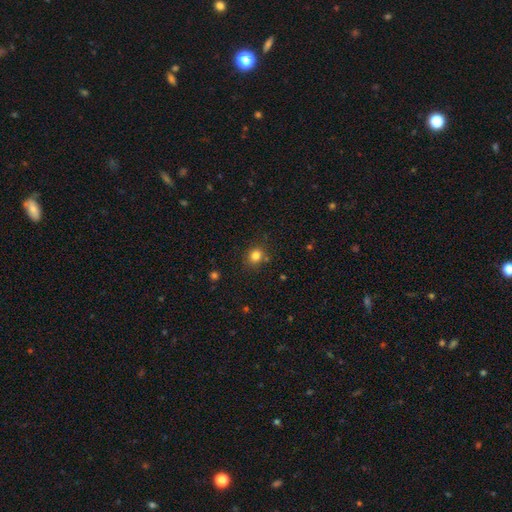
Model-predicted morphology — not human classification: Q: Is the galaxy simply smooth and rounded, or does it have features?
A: smooth — 81%.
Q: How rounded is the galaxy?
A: round — 75%.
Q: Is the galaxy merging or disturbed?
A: none — 78%.